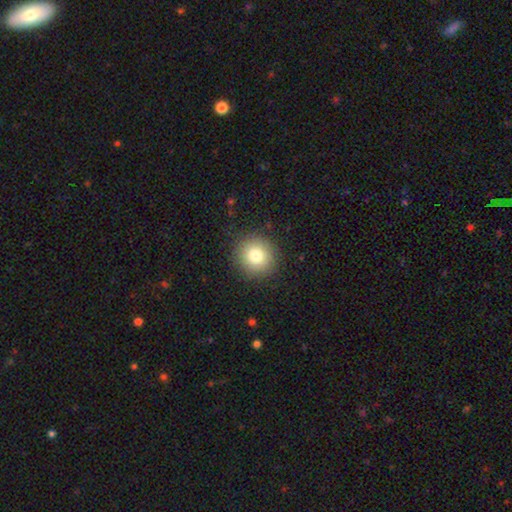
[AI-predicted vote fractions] A smooth galaxy with no disk features (80%) that is round (91%).

Vote fractions:
- Smooth or featured? smooth: 80% / star or artifact: 11% / featured or disk: 10%
- How rounded? round: 91% / in between: 8% / cigar-shaped: 1%
- Merging? none: 89% / minor disturbance: 8% / major disturbance: 3% / merger: 1%